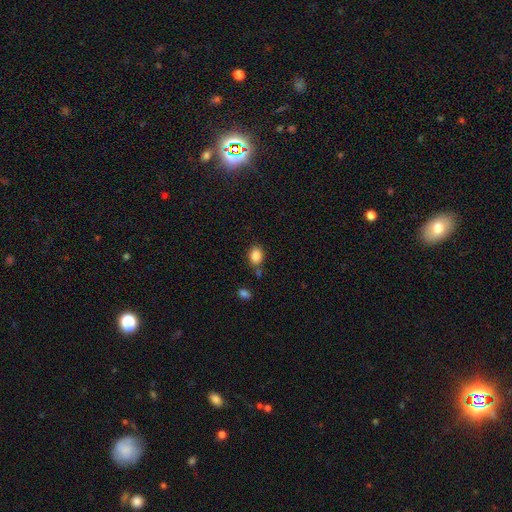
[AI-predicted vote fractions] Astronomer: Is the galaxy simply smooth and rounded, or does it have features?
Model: smooth — 86%.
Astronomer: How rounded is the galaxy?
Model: in between — 68%.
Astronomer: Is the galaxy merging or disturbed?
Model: none — 74%.